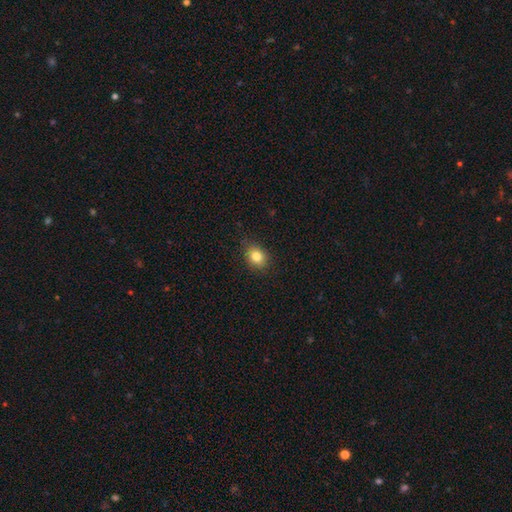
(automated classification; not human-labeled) Smooth or featured? Predicted: smooth (p=0.83). How rounded? Predicted: round (p=0.54). Merging? Predicted: none (p=0.86).